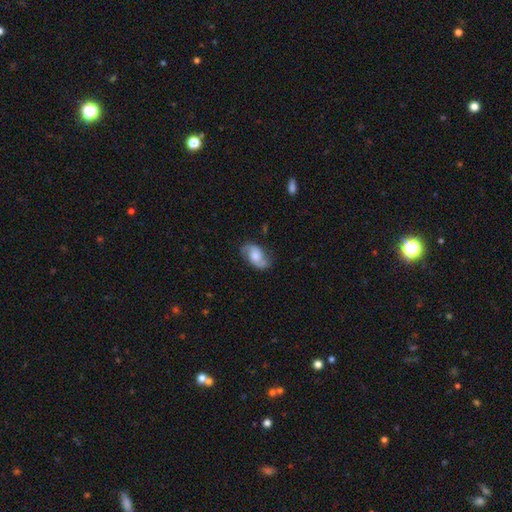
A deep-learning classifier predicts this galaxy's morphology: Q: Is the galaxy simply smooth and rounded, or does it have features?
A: featured or disk — 70%.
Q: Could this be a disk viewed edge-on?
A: no — 97%.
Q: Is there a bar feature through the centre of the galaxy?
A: no — 63%.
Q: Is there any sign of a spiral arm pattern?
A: yes — 93%.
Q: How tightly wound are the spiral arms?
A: medium — 45%.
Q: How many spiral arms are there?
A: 2 — 90%.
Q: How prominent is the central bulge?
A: moderate — 39%.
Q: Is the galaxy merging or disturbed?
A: none — 76%.